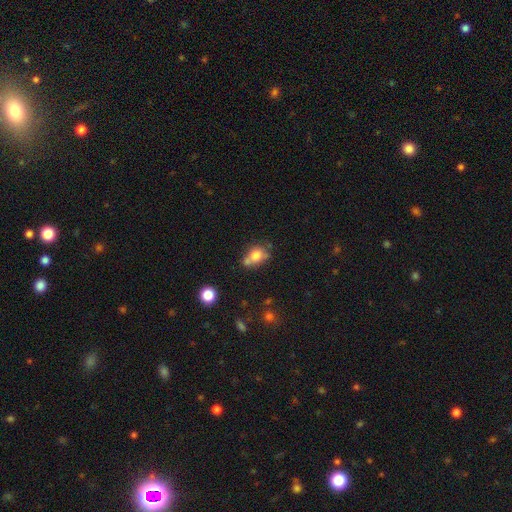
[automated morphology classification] smooth-or-featured: smooth: 72% | featured or disk: 16% | star or artifact: 11%
  how-rounded: in between: 50% | round: 49% | cigar-shaped: 1%
  merging: none: 43% | merger: 31% | minor disturbance: 19% | major disturbance: 7%